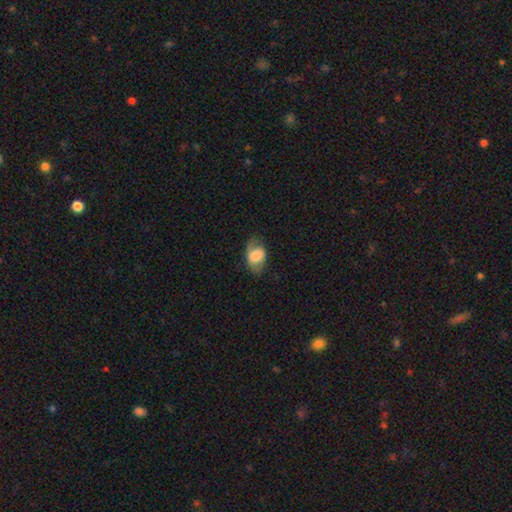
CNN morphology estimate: Smooth or featured?
  - smooth: 69% *
  - featured or disk: 24%
  - star or artifact: 8%
How rounded?
  - in between: 84% *
  - round: 14%
  - cigar-shaped: 2%
Merging?
  - none: 63% *
  - minor disturbance: 24%
  - major disturbance: 11%
  - merger: 1%